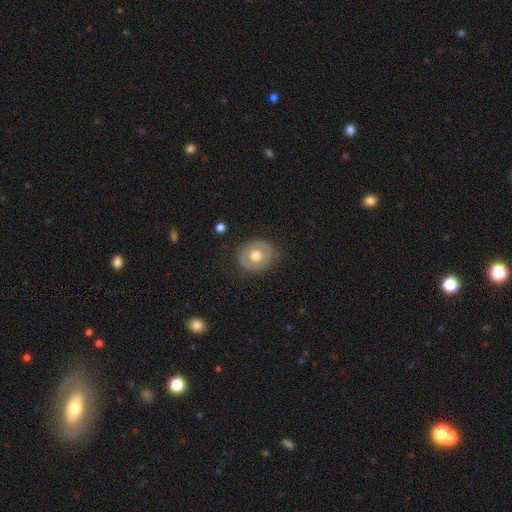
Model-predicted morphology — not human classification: The model was most divided on "smooth or featured": smooth: 58%, featured or disk: 35%, star or artifact: 7%. More confident: merging — none (85%); how rounded — round (71%).